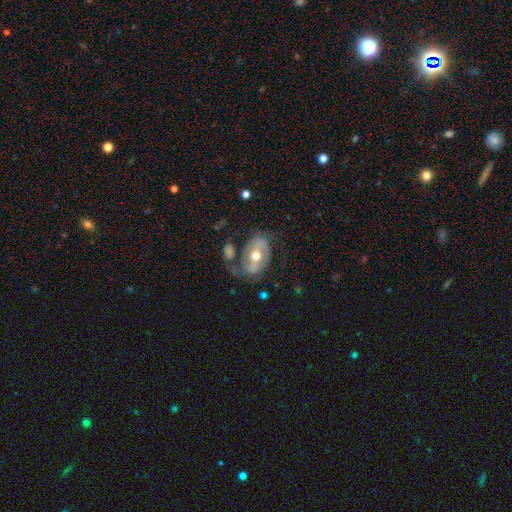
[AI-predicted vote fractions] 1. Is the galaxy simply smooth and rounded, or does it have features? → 72% featured or disk, 22% smooth, 6% star or artifact.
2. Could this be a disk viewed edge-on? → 95% no, 5% yes.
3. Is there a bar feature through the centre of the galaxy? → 40% no, 34% weak, 25% strong.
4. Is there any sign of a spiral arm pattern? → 72% yes, 28% no.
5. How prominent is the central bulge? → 78% moderate, 10% small, 9% large, 1% dominant, 1% none.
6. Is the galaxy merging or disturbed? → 49% none, 23% minor disturbance, 20% major disturbance, 7% merger.